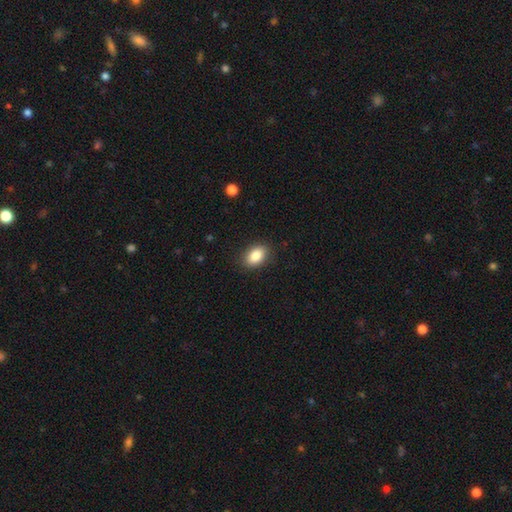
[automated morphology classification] Smooth or featured? smooth (86%)
How rounded? in between (87%)
Merging? none (87%)